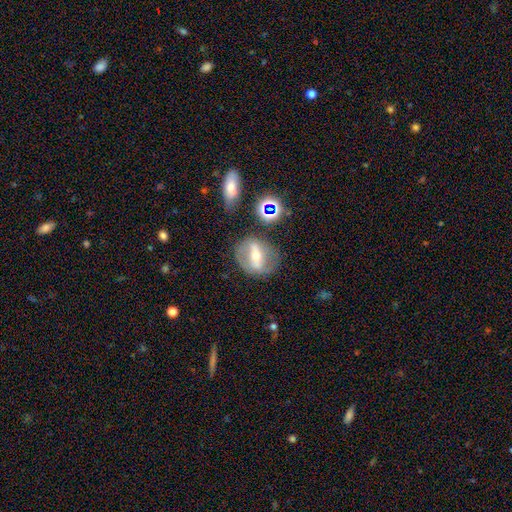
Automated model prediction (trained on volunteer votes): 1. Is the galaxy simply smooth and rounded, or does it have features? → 63% featured or disk, 27% smooth, 10% star or artifact.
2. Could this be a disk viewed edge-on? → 87% no, 13% yes.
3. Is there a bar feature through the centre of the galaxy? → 65% strong, 22% weak, 12% no.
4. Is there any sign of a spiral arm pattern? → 58% no, 42% yes.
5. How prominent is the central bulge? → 55% moderate, 36% small, 5% large, 2% none, 1% dominant.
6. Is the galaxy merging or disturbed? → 72% none, 15% minor disturbance, 8% major disturbance, 5% merger.